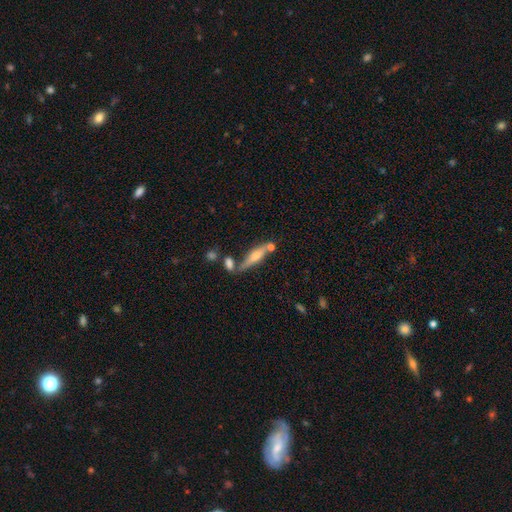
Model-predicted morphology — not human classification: featured or disk 52%, smooth 40%, star or artifact 8%. Down the decision tree: edge-on disk — yes (90%); merging — none (64%).